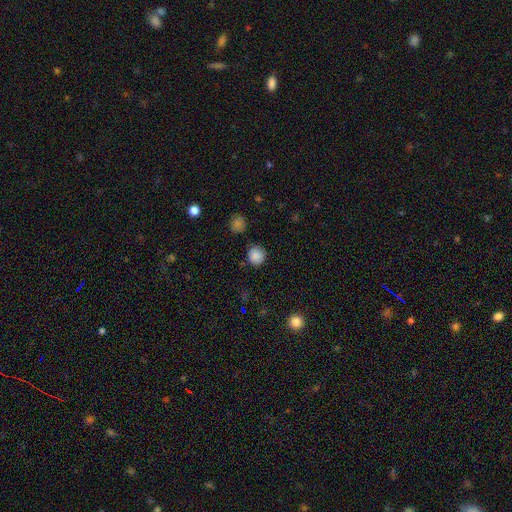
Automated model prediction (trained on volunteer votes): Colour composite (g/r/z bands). It shows a smooth galaxy with no disk features (85%) that is round (91%). Merging: none (85%).